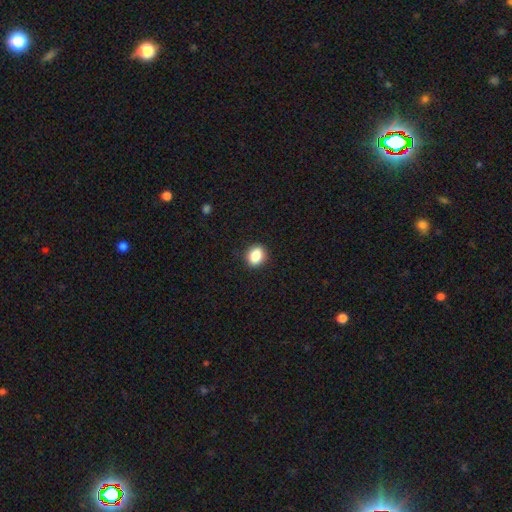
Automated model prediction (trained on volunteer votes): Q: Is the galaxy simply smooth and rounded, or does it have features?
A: smooth — 86%.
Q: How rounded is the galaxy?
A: in between — 58%.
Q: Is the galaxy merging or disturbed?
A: none — 90%.